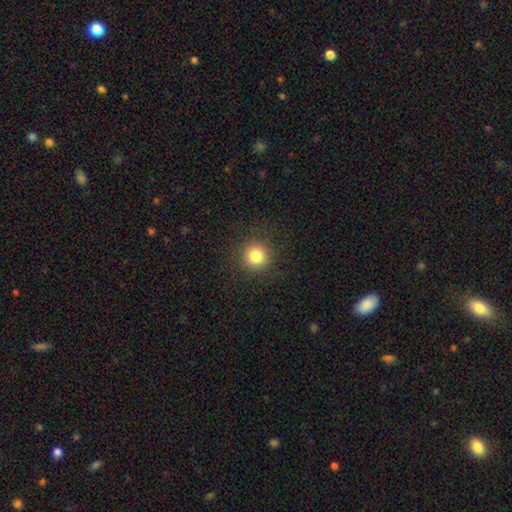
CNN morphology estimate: Overall: smooth (82%). How rounded: round (95%). Merging: none (91%).